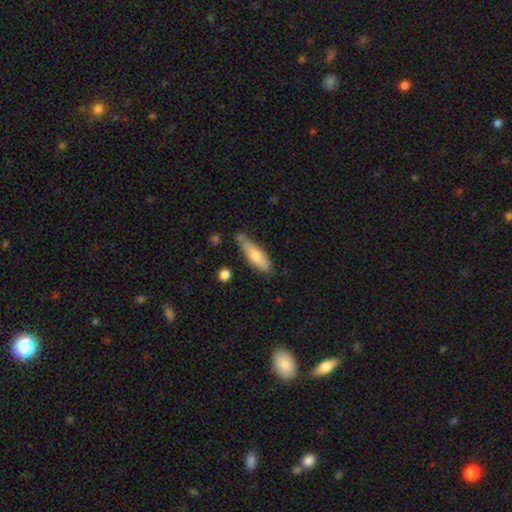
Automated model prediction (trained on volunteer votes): Morphology: type=smooth (70%); roundness=cigar-shaped (52%); merging=none (64%).